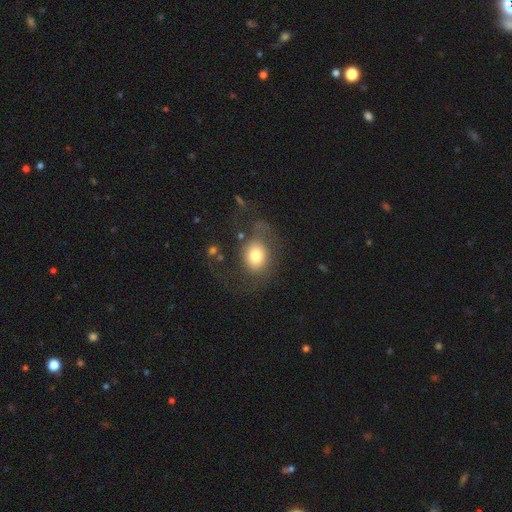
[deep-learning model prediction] Smooth or featured? smooth (72%)
How rounded? round (51%)
Merging? none (46%)